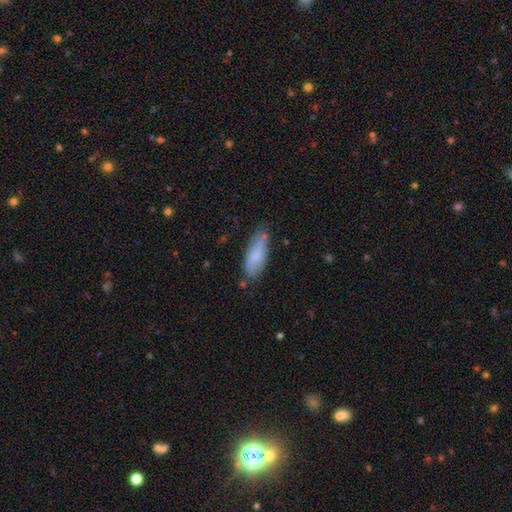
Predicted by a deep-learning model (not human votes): This appears to be a smooth galaxy with no disk features (74%) that is in between round and cigar-shaped (64%). Merging: none (69%).